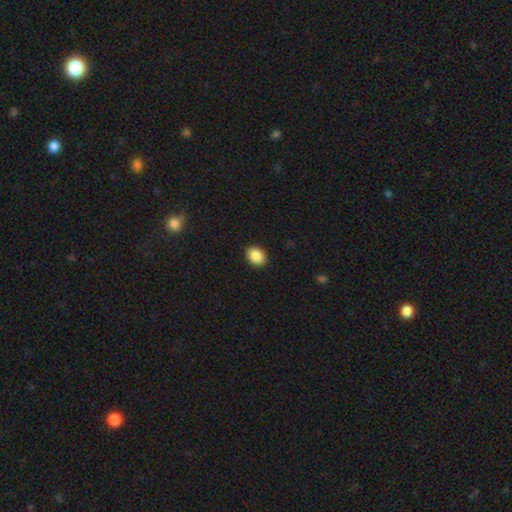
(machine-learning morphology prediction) type=smooth (89%); roundness=in between (59%); merging=none (90%).